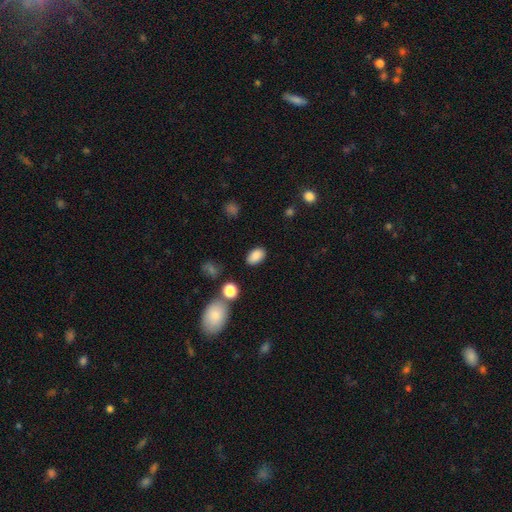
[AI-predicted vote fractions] The model was most divided on "merging": none: 84%, minor disturbance: 10%, major disturbance: 3%, merger: 3%. More confident: how rounded — in between (89%); smooth or featured — smooth (86%).